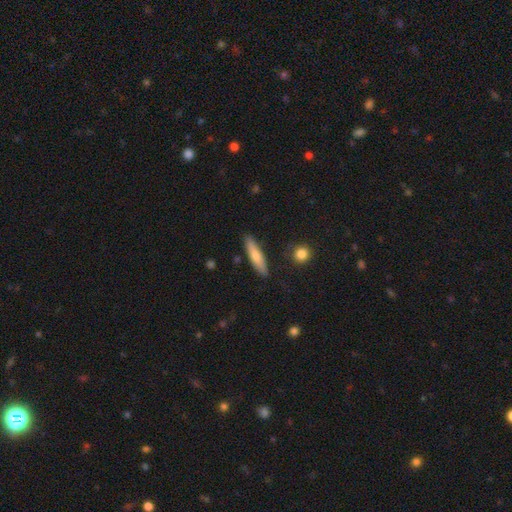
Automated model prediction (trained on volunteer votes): Smooth or featured? smooth (68%)
How rounded? cigar-shaped (78%)
Merging? none (86%)